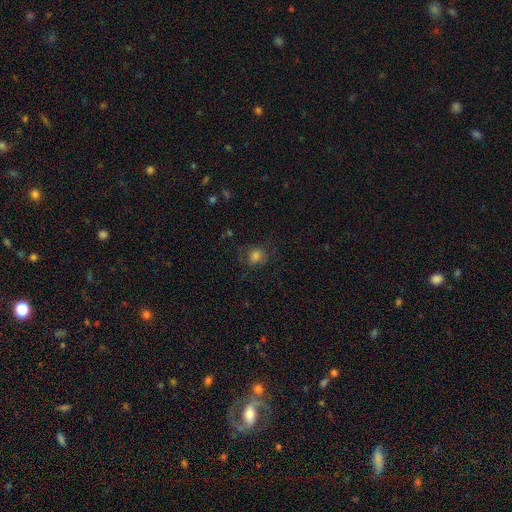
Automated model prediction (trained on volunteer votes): Overall: smooth (69%). How rounded: round (80%). Merging: none (72%).